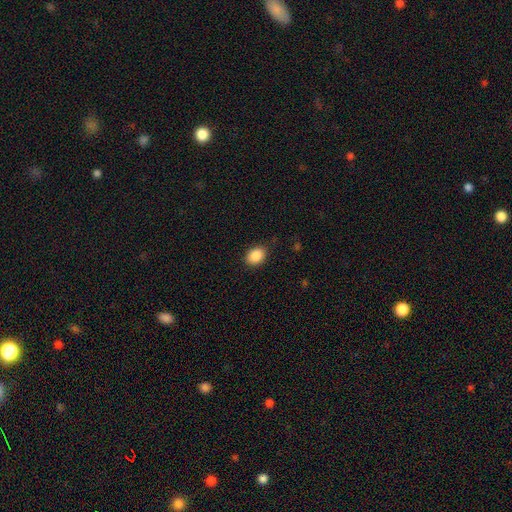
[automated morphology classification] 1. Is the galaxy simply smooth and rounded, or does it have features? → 89% smooth, 8% star or artifact, 3% featured or disk.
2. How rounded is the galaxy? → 73% in between, 26% round, 1% cigar-shaped.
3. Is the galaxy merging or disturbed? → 86% none, 10% minor disturbance, 3% major disturbance, 1% merger.